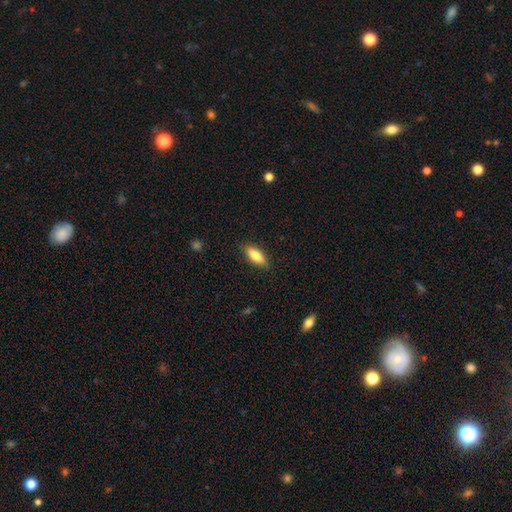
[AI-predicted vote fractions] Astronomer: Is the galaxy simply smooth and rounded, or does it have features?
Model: smooth — 80%.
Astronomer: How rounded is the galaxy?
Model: in between — 72%.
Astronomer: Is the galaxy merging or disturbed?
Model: none — 86%.